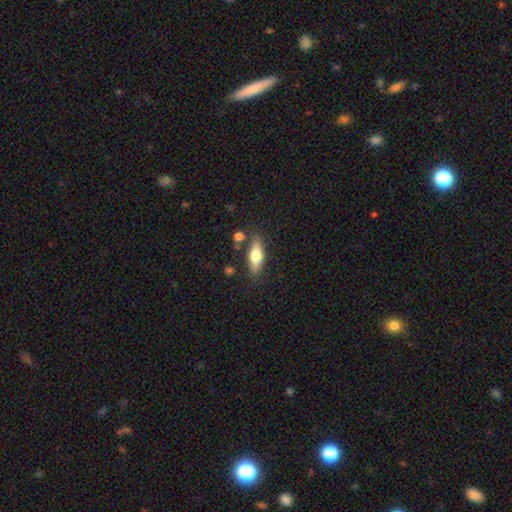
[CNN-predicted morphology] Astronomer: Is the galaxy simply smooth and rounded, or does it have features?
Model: smooth — 58% (runner-up: featured or disk, 35%).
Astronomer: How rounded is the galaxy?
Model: in between — 54% (runner-up: cigar-shaped, 42%).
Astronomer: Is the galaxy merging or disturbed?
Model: none — 78%.